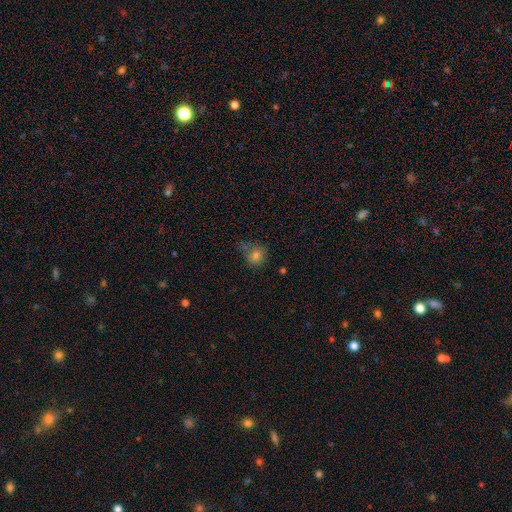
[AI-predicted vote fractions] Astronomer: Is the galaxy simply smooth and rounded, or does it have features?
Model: smooth — 77%.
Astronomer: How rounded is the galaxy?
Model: round — 85%.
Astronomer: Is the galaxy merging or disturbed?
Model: none — 60%.